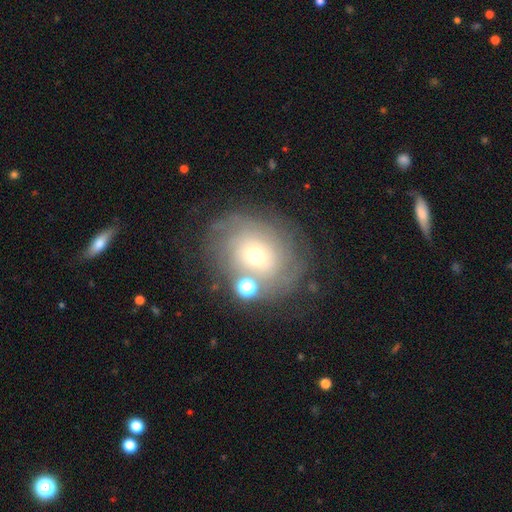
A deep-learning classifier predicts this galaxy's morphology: The model was most divided on "bulge size": moderate: 51%, small: 41%, large: 5%, dominant: 1%, none: 1%. More confident: edge-on disk — no (96%); bar — no (78%); spiral arms — yes (69%); merging — none (63%); smooth or featured — featured or disk (55%).